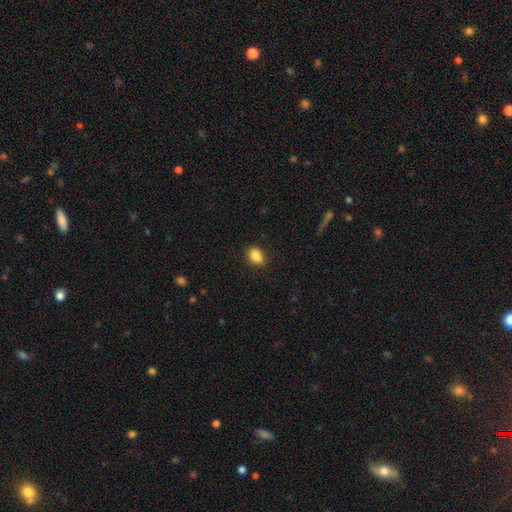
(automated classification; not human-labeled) Morphology: type=smooth (87%); roundness=in between (79%); merging=none (84%).